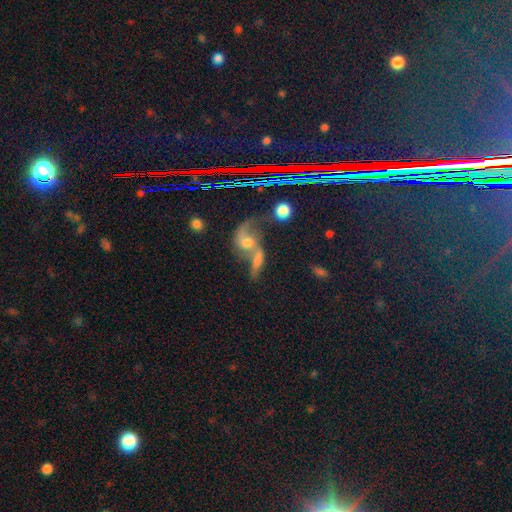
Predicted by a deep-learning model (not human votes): Smooth or featured: featured or disk — 61% (smooth — 21%)
Edge-on disk: no — 90% (yes — 10%)
Bar: no — 64% (weak — 27%)
Spiral arms: yes — 80% (no — 20%)
Bulge size: moderate — 48% (small — 33%)
Merging: merger — 51% (none — 26%)